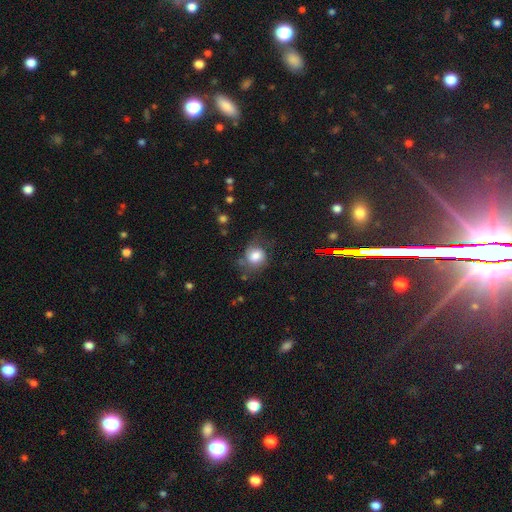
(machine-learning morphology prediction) Q: Smooth or featured?
A: smooth (63%); runner-up: featured or disk (26%)
Q: How rounded?
A: round (68%); runner-up: in between (31%)
Q: Merging?
A: none (50%); runner-up: minor disturbance (27%)